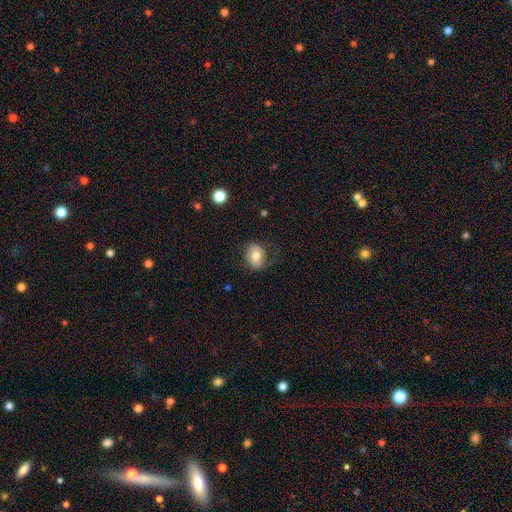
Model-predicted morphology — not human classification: Overall: smooth (68%). How rounded: in between (50%; round 49%). Merging: none (62%; minor disturbance 23%).